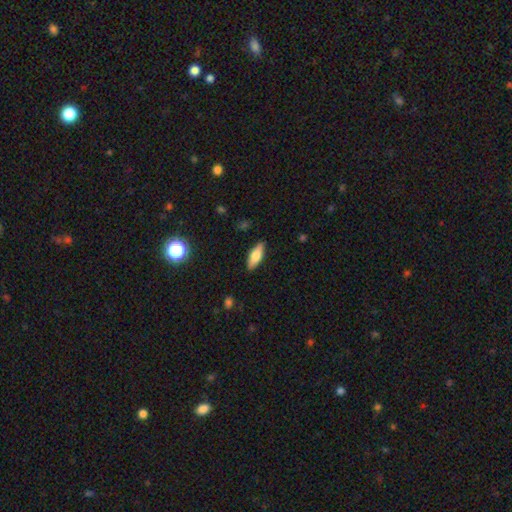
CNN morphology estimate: A smooth galaxy with no disk features (67%) that is in between round and cigar-shaped (65%).

Vote fractions:
- Smooth or featured? smooth: 67% / featured or disk: 26% / star or artifact: 7%
- How rounded? in between: 65% / cigar-shaped: 33% / round: 2%
- Merging? none: 88% / minor disturbance: 9% / major disturbance: 2% / merger: 1%